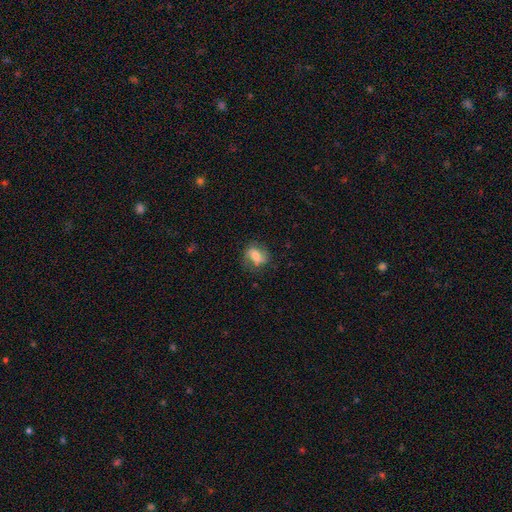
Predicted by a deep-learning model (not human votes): featured or disk 50%, smooth 41%, star or artifact 9%. Down the decision tree: merging — none (68%).